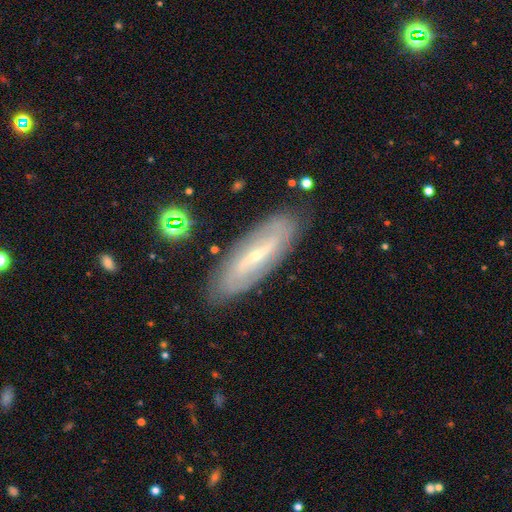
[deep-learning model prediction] Smooth or featured?
  - featured or disk: 76% *
  - smooth: 17%
  - star or artifact: 7%
Edge-on disk?
  - no: 78% *
  - yes: 22%
Bar?
  - strong: 44% *
  - weak: 35%
  - no: 20%
Spiral arms?
  - yes: 77% *
  - no: 23%
Bulge size?
  - small: 78% *
  - moderate: 18%
  - none: 1%
  - large: 1%
  - dominant: 1%
Merging?
  - none: 86% *
  - minor disturbance: 10%
  - major disturbance: 3%
  - merger: 1%